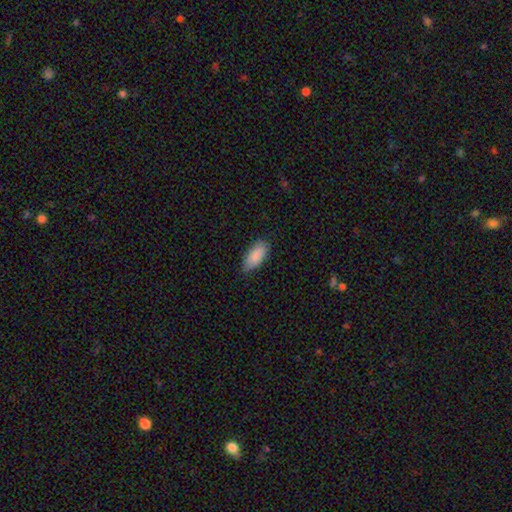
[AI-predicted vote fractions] Smooth or featured: smooth — 88% (star or artifact — 6%)
How rounded: in between — 89% (cigar-shaped — 9%)
Merging: none — 76% (minor disturbance — 20%)